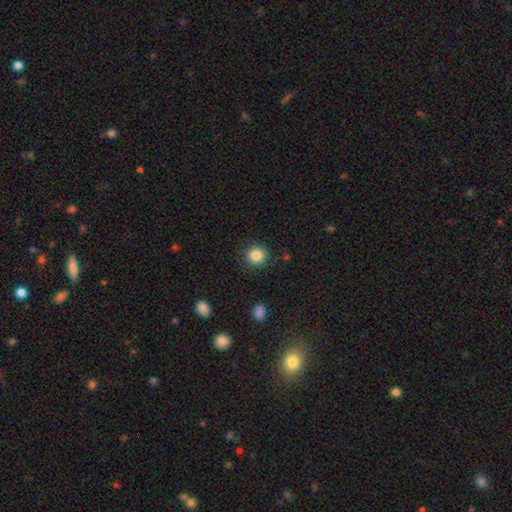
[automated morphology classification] This appears to be a smooth galaxy with no disk features (86%) that is round (92%). Merging: none (88%).